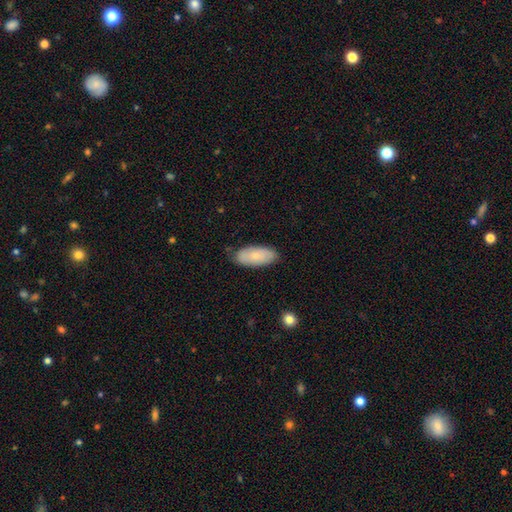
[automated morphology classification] This appears to be a smooth galaxy with no disk features (75%) that is in between round and cigar-shaped (90%). Merging: none (80%).